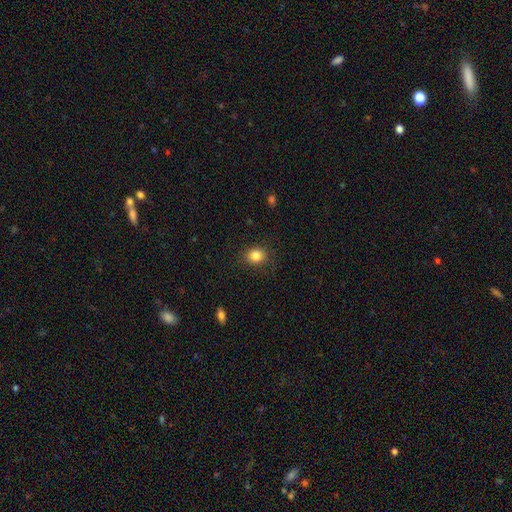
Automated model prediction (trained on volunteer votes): The model was most divided on "how rounded": round: 64%, in between: 36%, cigar-shaped: 1%. More confident: merging — none (86%); smooth or featured — smooth (84%).